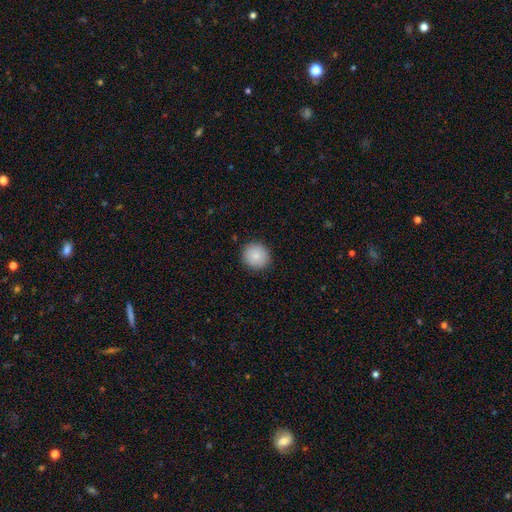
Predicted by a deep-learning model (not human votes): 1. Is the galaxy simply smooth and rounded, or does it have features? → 85% smooth, 8% star or artifact, 7% featured or disk.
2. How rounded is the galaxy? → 89% round, 10% in between, 1% cigar-shaped.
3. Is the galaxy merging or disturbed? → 90% none, 7% minor disturbance, 2% major disturbance, 1% merger.